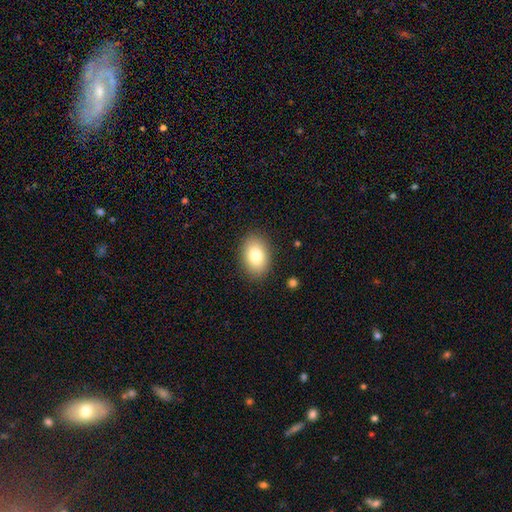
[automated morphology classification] Smooth or featured? Predicted: smooth (p=0.82). How rounded? Predicted: in between (p=0.85). Merging? Predicted: none (p=0.87).